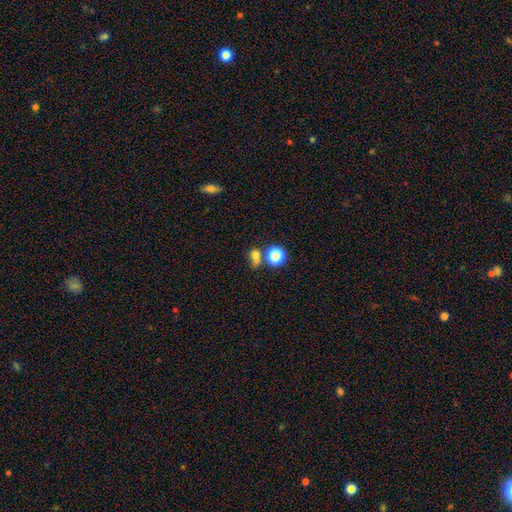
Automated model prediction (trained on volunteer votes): This is likely a smooth galaxy (69%). How rounded: likely round (73%). Merging: marginally none (44%).